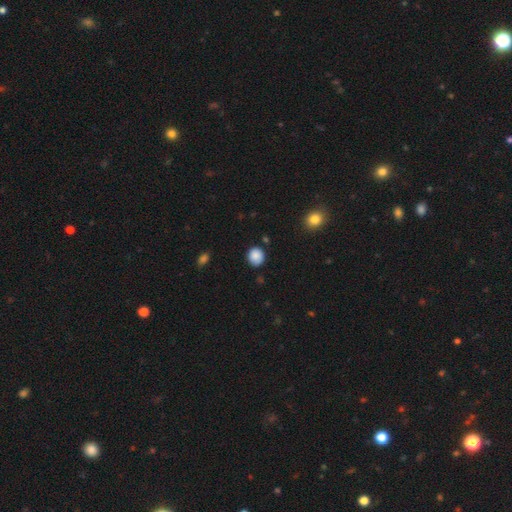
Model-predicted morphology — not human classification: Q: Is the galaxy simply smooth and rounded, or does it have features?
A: smooth — 87%.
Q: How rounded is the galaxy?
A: round — 81%.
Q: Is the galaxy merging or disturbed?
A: none — 84%.